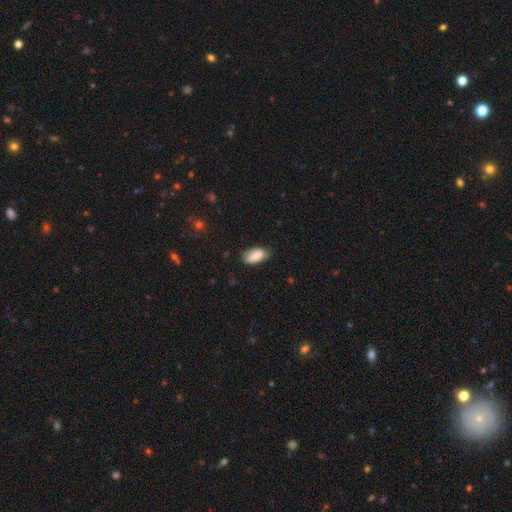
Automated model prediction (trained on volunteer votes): Q: Smooth or featured?
A: smooth (76%); runner-up: featured or disk (17%)
Q: How rounded?
A: in between (93%); runner-up: cigar-shaped (4%)
Q: Merging?
A: none (67%); runner-up: minor disturbance (26%)